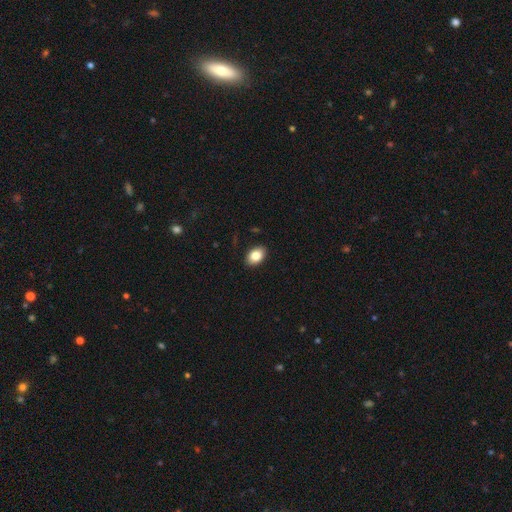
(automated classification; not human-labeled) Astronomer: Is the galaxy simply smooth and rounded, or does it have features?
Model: smooth — 85%.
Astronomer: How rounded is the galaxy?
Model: in between — 84%.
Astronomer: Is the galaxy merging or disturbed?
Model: none — 89%.